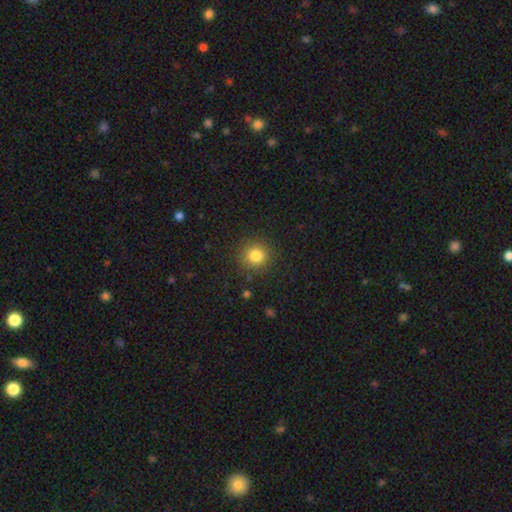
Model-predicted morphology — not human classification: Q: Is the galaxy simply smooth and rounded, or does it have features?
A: smooth — 82%.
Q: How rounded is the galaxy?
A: round — 93%.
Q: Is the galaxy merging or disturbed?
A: none — 89%.